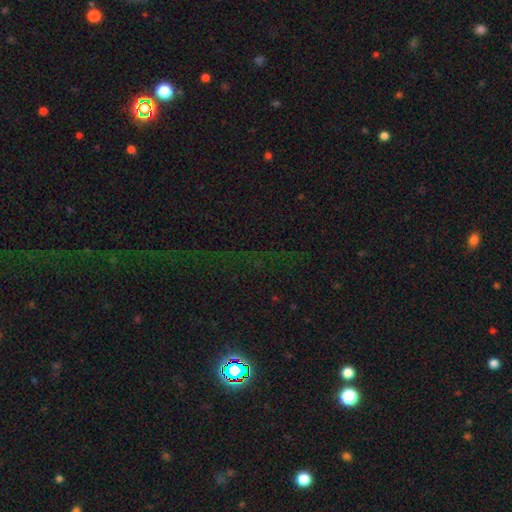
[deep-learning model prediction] Overall: star or artifact (73%).